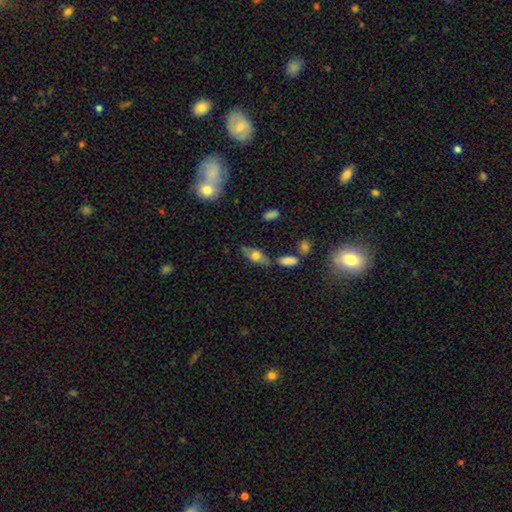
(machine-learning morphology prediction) A smooth galaxy with no disk features (58%) that is in between round and cigar-shaped (80%). Merging: none (65%).